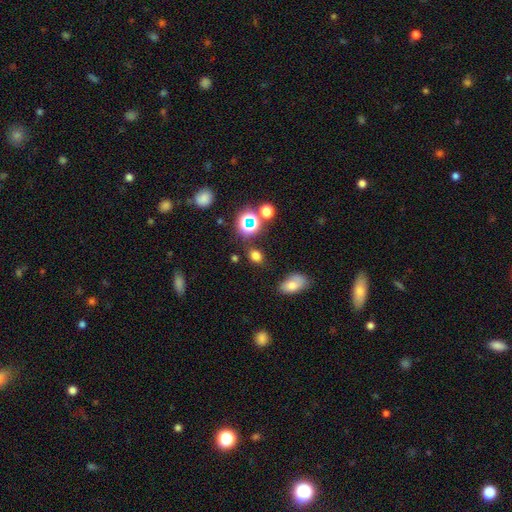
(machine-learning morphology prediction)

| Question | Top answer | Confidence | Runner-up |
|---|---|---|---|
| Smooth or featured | smooth | 70% | star or artifact (23%) |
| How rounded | in between | 55% | round (43%) |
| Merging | none | 79% | minor disturbance (12%) |